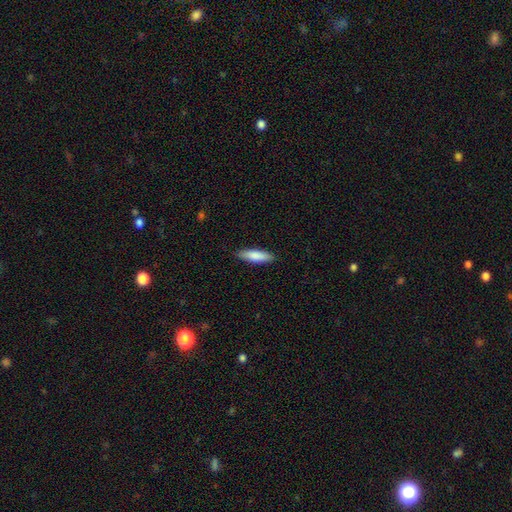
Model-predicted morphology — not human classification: smooth-or-featured: smooth: 83% | featured or disk: 12% | star or artifact: 5%
  how-rounded: cigar-shaped: 61% | in between: 38% | round: 1%
  merging: none: 88% | minor disturbance: 9% | major disturbance: 2% | merger: 1%